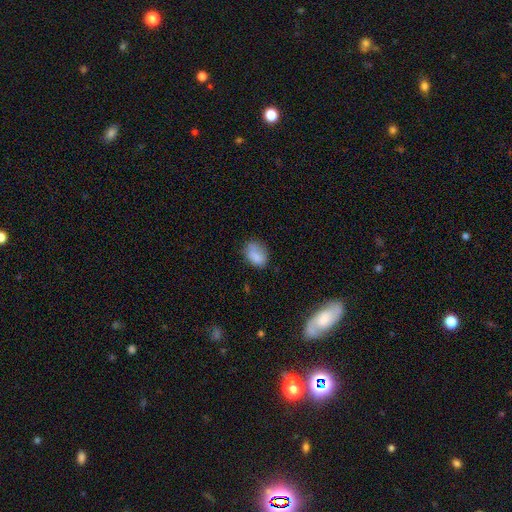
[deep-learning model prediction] Smooth or featured? Predicted: smooth (p=0.83). How rounded? Predicted: in between (p=0.81). Merging? Predicted: none (p=0.63).